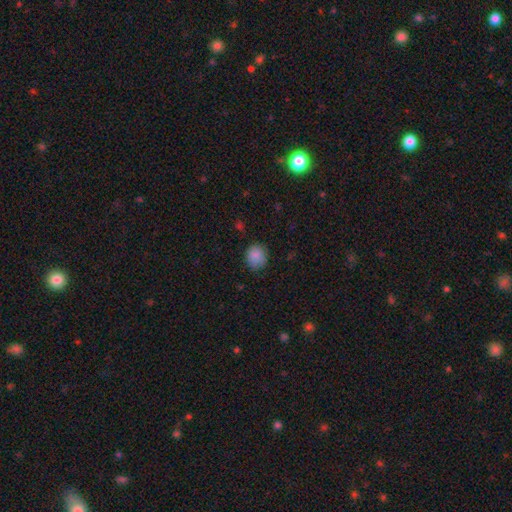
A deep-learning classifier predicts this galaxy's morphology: Overall: smooth (87%). How rounded: round (79%). Merging: none (80%).